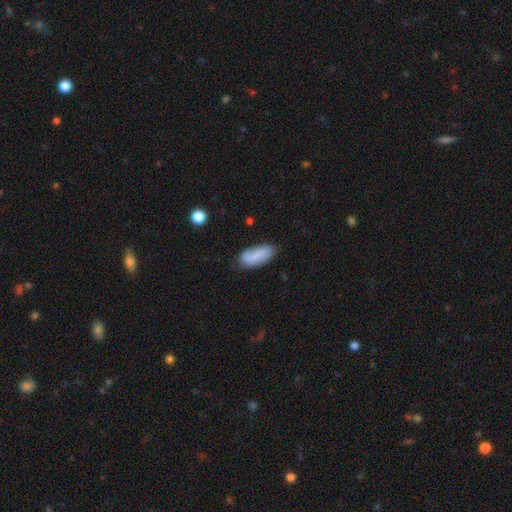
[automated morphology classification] A smooth galaxy with no disk features (72%) that is in between round and cigar-shaped (85%).

Vote fractions:
- Smooth or featured? smooth: 72% / featured or disk: 21% / star or artifact: 7%
- How rounded? in between: 85% / cigar-shaped: 13% / round: 2%
- Merging? none: 71% / minor disturbance: 21% / major disturbance: 5% / merger: 3%